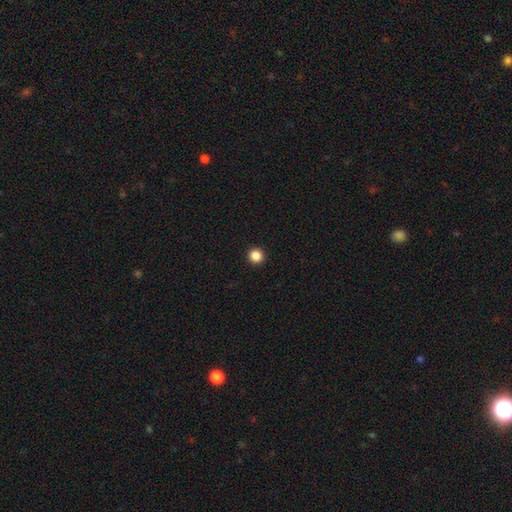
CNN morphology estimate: type=smooth (87%); roundness=round (95%); merging=none (94%).